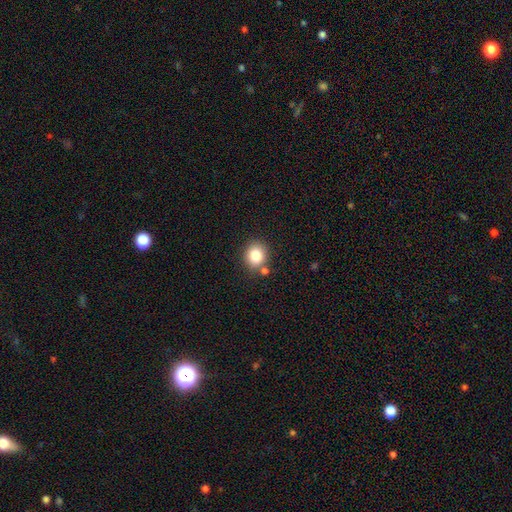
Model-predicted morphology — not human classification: This appears to be a smooth galaxy with no disk features (82%) that is round (76%). Merging: none (78%).